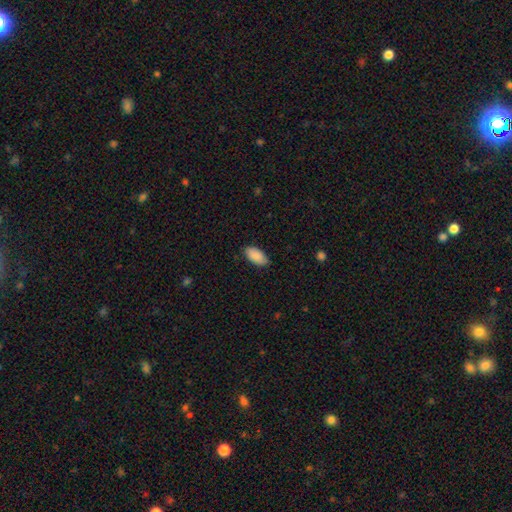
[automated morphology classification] Smooth or featured: smooth — 89% (star or artifact — 6%)
How rounded: in between — 94% (cigar-shaped — 4%)
Merging: none — 80% (minor disturbance — 16%)